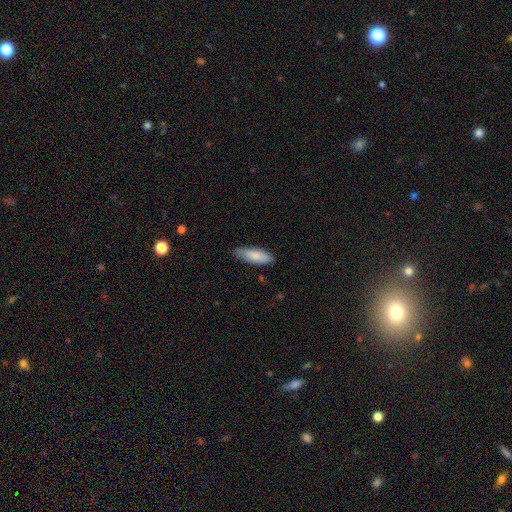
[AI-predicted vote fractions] Q: Smooth or featured?
A: smooth (82%); runner-up: featured or disk (13%)
Q: How rounded?
A: in between (59%); runner-up: cigar-shaped (39%)
Q: Merging?
A: none (76%); runner-up: minor disturbance (20%)